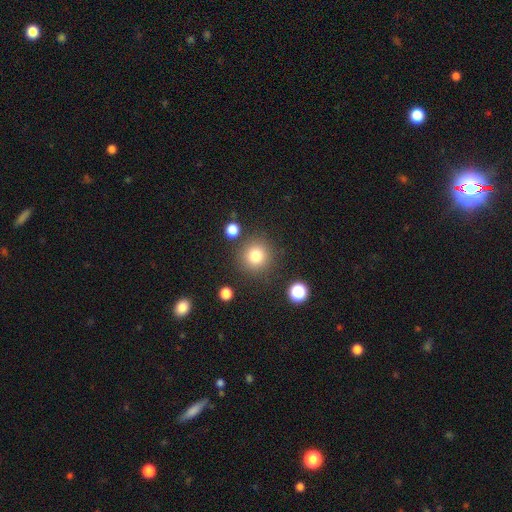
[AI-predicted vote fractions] smooth 81%, star or artifact 12%, featured or disk 7%. Down the decision tree: how rounded — round (93%); merging — none (84%).